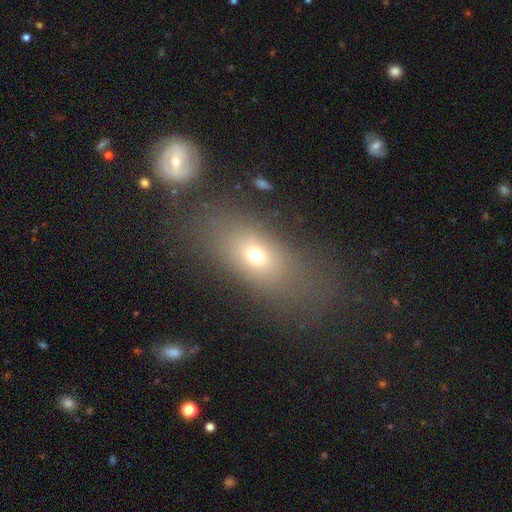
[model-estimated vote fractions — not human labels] Morphology: type=smooth (66%); roundness=in between (73%); merging=none (69%).